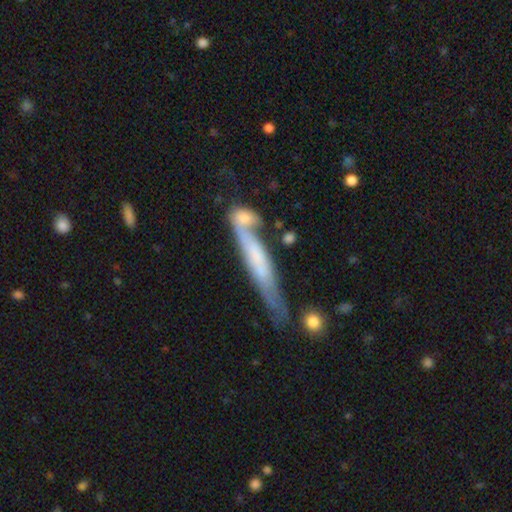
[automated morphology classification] smooth_or_featured: featured or disk (p=0.57) [alt: smooth p=0.36]
disk_edge_on: yes (p=0.74) [alt: no p=0.26]
merging: none (p=0.40) [alt: merger p=0.26]